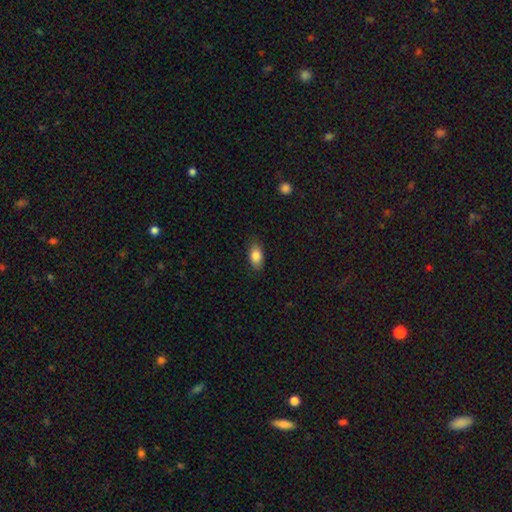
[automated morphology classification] A smooth galaxy with no disk features (84%) that is in between round and cigar-shaped (90%).

Vote fractions:
- Smooth or featured? smooth: 84% / featured or disk: 8% / star or artifact: 7%
- How rounded? in between: 90% / round: 6% / cigar-shaped: 4%
- Merging? none: 81% / minor disturbance: 15% / major disturbance: 3% / merger: 1%